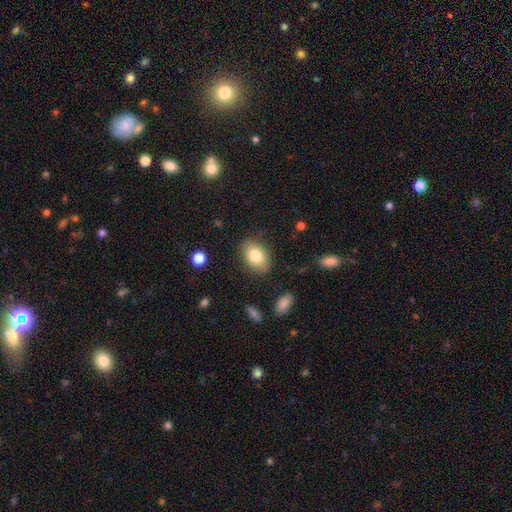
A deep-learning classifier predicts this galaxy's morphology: Smooth or featured? smooth (82%)
How rounded? in between (84%)
Merging? none (85%)